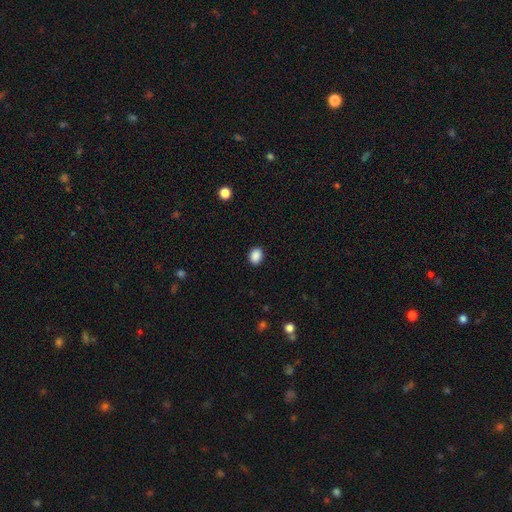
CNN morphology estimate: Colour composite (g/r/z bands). It shows a smooth galaxy with no disk features (89%) that is in between round and cigar-shaped (60%). Merging: none (90%).